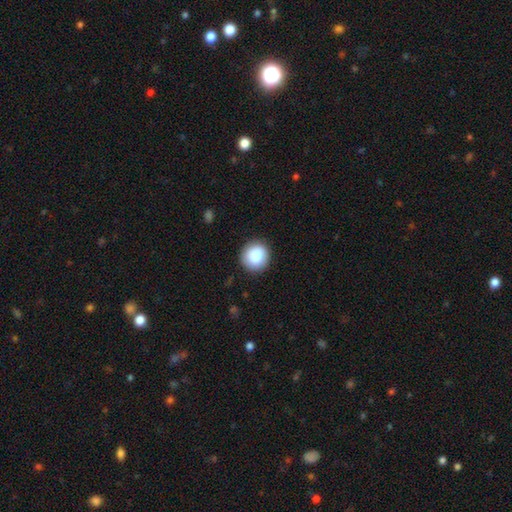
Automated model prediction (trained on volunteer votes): Smooth or featured?
  - smooth: 88% *
  - star or artifact: 7%
  - featured or disk: 5%
How rounded?
  - round: 89% *
  - in between: 10%
  - cigar-shaped: 1%
Merging?
  - none: 88% *
  - minor disturbance: 8%
  - major disturbance: 2%
  - merger: 1%